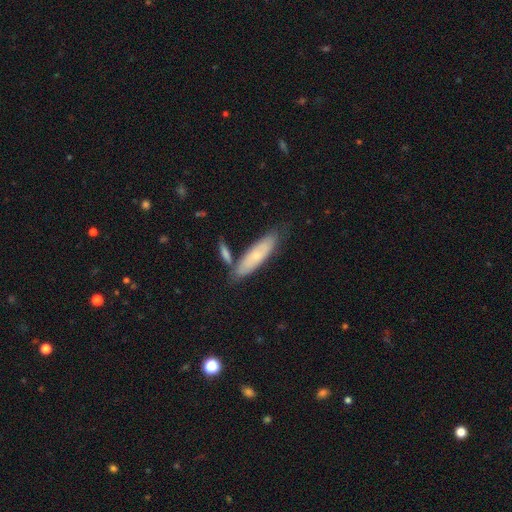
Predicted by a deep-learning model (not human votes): A smooth galaxy with no disk features (64%) that is cigar-shaped (62%). Merging: none (69%).